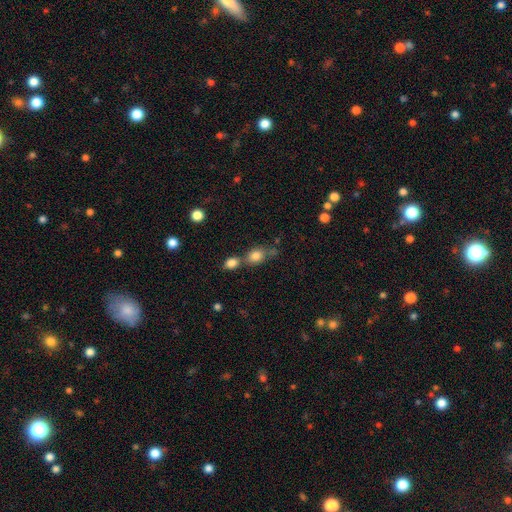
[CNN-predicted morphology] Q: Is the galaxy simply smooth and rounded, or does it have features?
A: smooth — 81%.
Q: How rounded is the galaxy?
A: in between — 55%.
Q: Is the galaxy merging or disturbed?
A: merger — 43%.